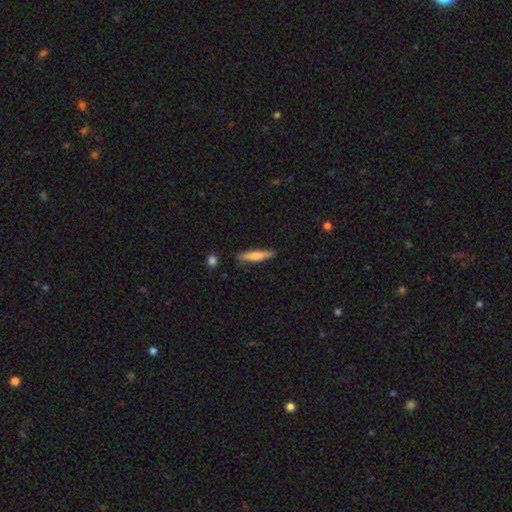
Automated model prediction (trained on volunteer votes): Morphology: type=smooth (70%); roundness=cigar-shaped (87%); merging=none (83%).